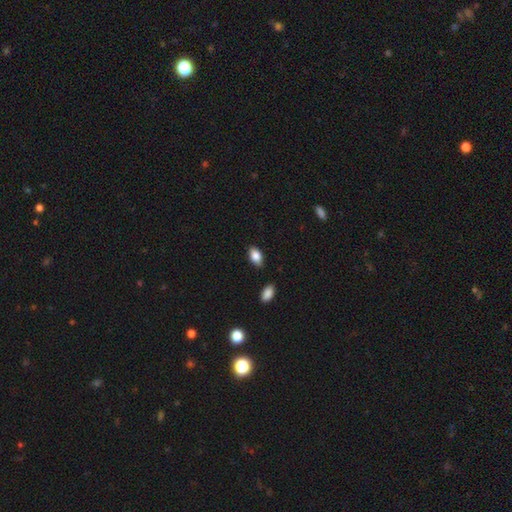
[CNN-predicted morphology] Smooth or featured? smooth (84%)
How rounded? in between (92%)
Merging? none (83%)